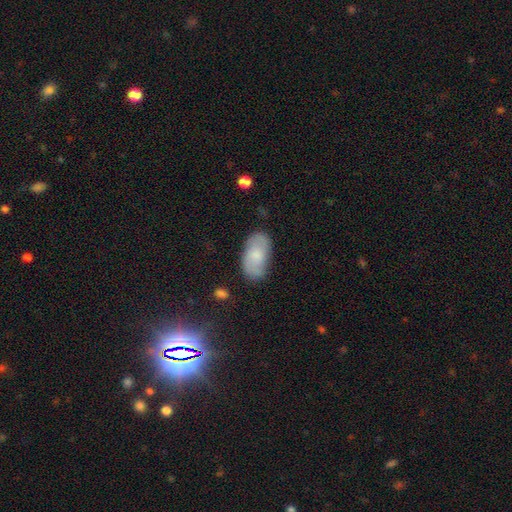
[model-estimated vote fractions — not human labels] Smooth or featured: smooth — 70% (featured or disk — 23%)
How rounded: in between — 94% (round — 3%)
Merging: none — 77% (minor disturbance — 17%)